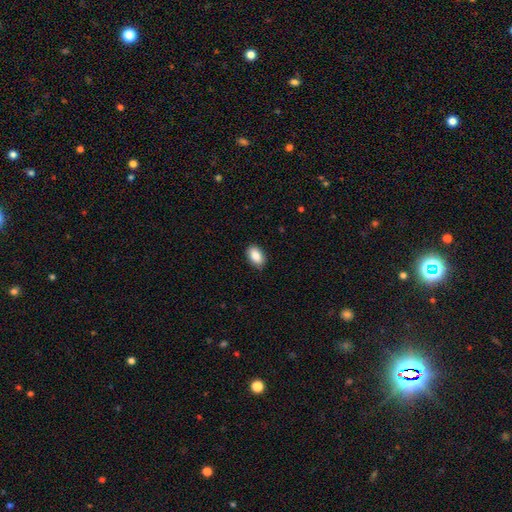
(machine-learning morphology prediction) A smooth galaxy with no disk features (87%) that is in between round and cigar-shaped (92%).

Vote fractions:
- Smooth or featured? smooth: 87% / star or artifact: 7% / featured or disk: 6%
- How rounded? in between: 92% / round: 6% / cigar-shaped: 2%
- Merging? none: 86% / minor disturbance: 11% / major disturbance: 2% / merger: 1%